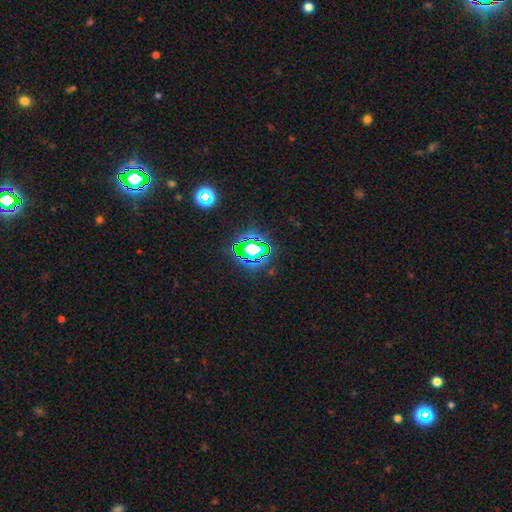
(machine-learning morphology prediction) star or artifact 73%, smooth 16%, featured or disk 11%.